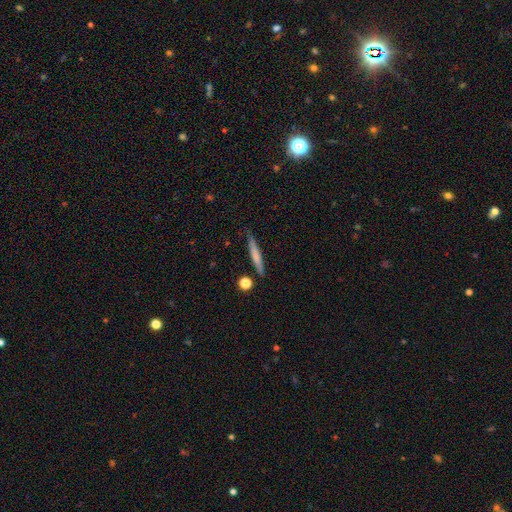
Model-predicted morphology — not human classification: A smooth galaxy with no disk features (65%) that is cigar-shaped (94%).

Vote fractions:
- Smooth or featured? smooth: 65% / featured or disk: 28% / star or artifact: 6%
- How rounded? cigar-shaped: 94% / in between: 4% / round: 2%
- Merging? none: 82% / minor disturbance: 12% / merger: 4% / major disturbance: 2%